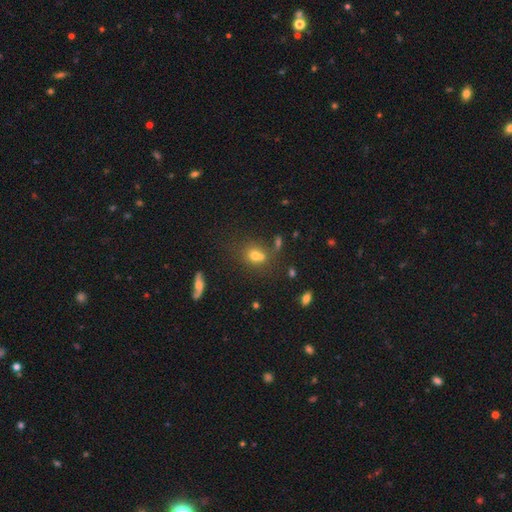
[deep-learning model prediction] This is likely a smooth galaxy (64%). How rounded: possibly round (56%). Merging: possibly none (48%).